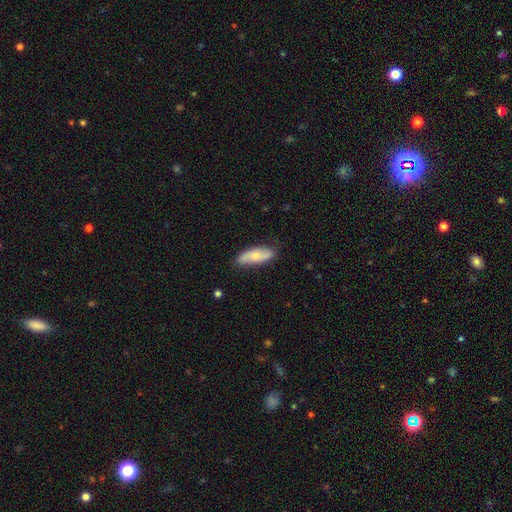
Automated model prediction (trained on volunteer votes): Smooth or featured? smooth (57%)
How rounded? in between (69%)
Merging? none (80%)